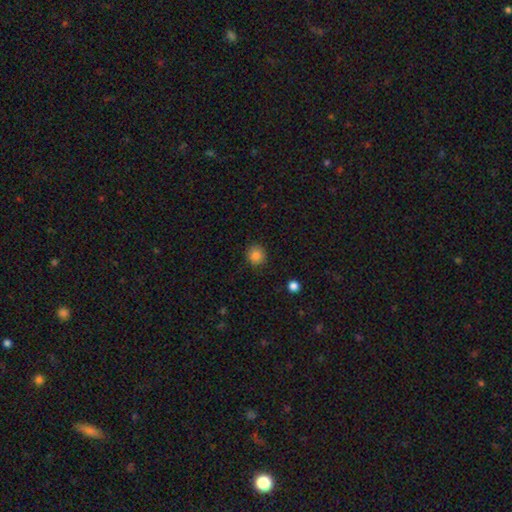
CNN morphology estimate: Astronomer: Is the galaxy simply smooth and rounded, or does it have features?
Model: smooth — 86%.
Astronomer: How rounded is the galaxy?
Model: round — 89%.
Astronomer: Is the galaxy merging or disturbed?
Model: none — 89%.